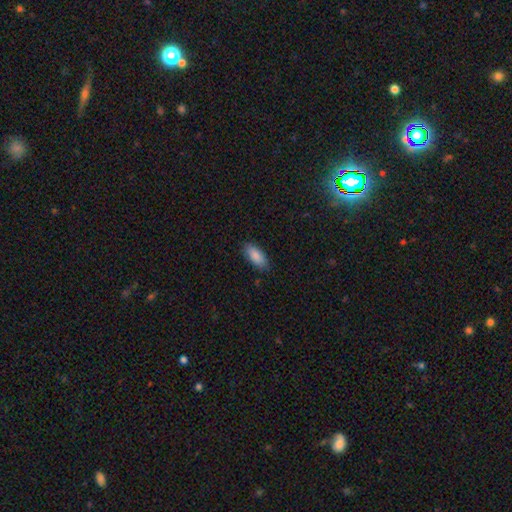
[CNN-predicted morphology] Smooth or featured: smooth — 88% (star or artifact — 6%)
How rounded: in between — 88% (cigar-shaped — 11%)
Merging: none — 85% (minor disturbance — 12%)